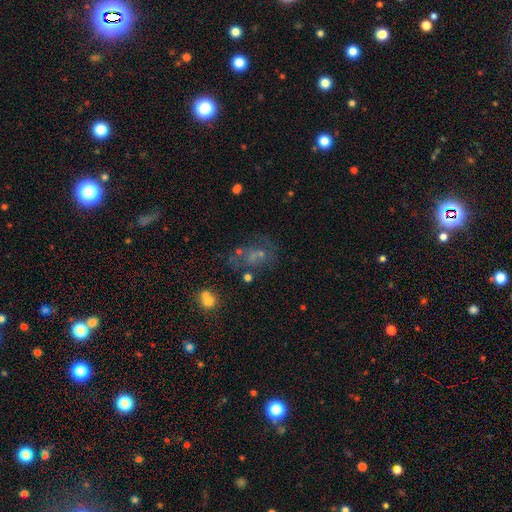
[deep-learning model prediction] Smooth or featured? featured or disk (44%)
Merging? none (42%)